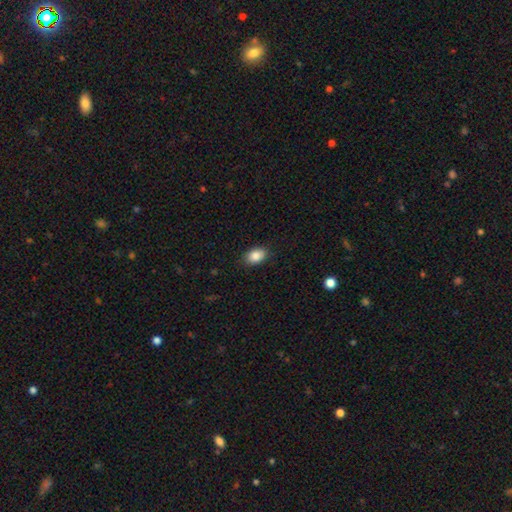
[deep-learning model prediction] A smooth galaxy with no disk features (86%) that is in between round and cigar-shaped (85%).

Vote fractions:
- Smooth or featured? smooth: 86% / star or artifact: 8% / featured or disk: 6%
- How rounded? in between: 85% / round: 14% / cigar-shaped: 1%
- Merging? none: 88% / minor disturbance: 9% / major disturbance: 2% / merger: 1%